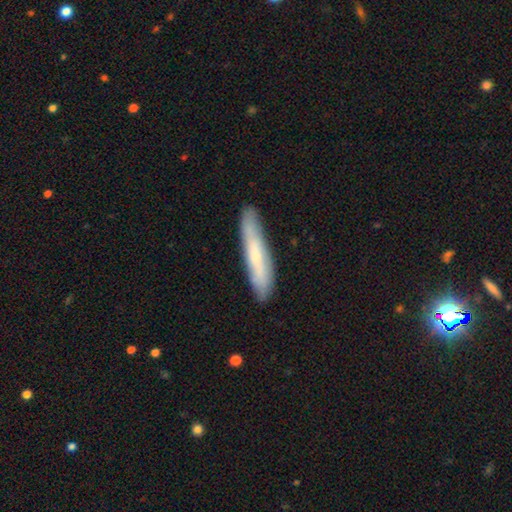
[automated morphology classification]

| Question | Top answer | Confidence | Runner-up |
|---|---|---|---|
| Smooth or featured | smooth | 65% | featured or disk (29%) |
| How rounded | cigar-shaped | 90% | in between (9%) |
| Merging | none | 84% | minor disturbance (12%) |